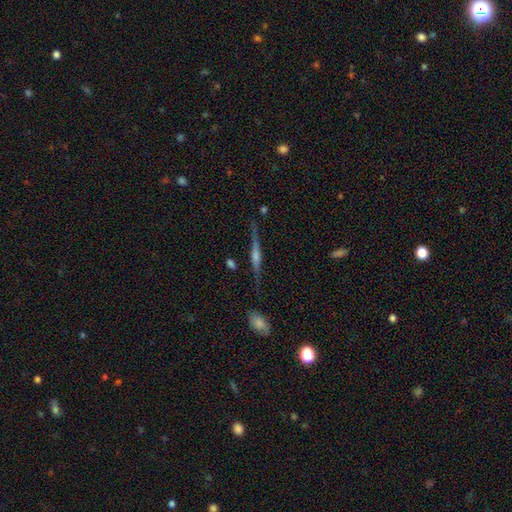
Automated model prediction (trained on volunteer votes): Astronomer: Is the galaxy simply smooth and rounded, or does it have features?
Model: featured or disk — 79%.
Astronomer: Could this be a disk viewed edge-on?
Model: yes — 97%.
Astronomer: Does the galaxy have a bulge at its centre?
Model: rounded — 79%.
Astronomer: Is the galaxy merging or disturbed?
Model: none — 85%.